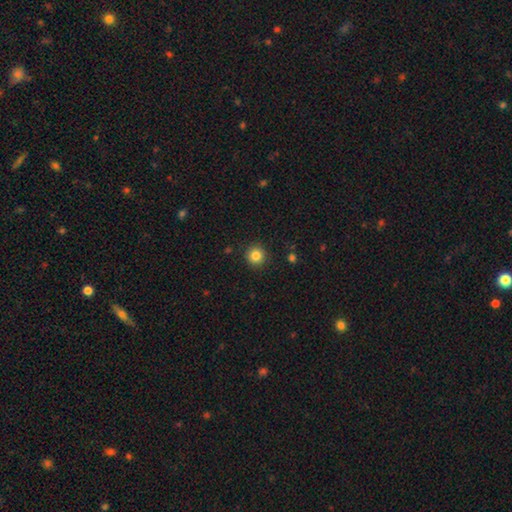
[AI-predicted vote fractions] A smooth galaxy with no disk features (84%) that is round (95%).

Vote fractions:
- Smooth or featured? smooth: 84% / star or artifact: 11% / featured or disk: 5%
- How rounded? round: 95% / in between: 4% / cigar-shaped: 1%
- Merging? none: 91% / minor disturbance: 6% / major disturbance: 2% / merger: 1%